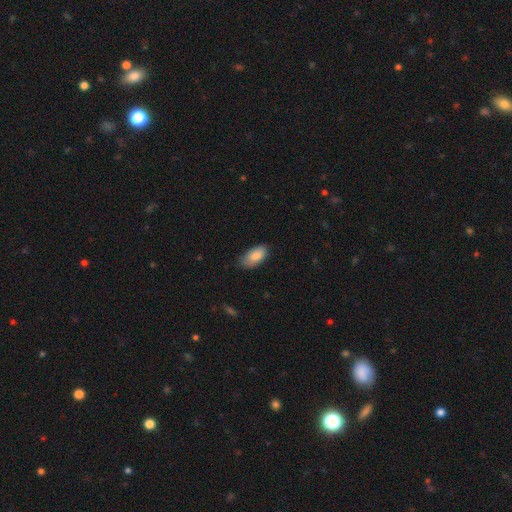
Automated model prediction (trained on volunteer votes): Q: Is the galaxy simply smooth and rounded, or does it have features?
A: smooth — 85%.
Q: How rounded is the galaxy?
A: in between — 93%.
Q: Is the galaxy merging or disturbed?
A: none — 69%.